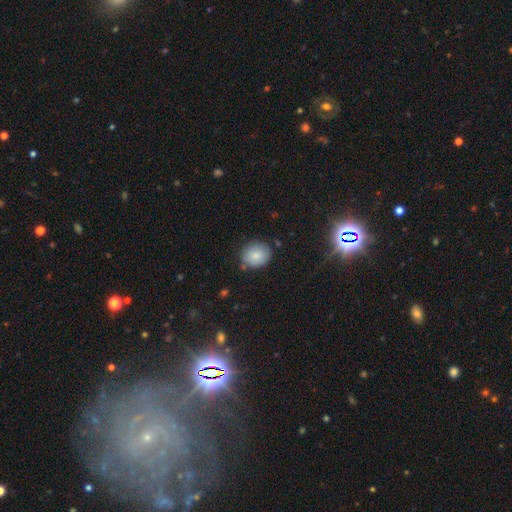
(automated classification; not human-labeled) Smooth or featured? Predicted: smooth (p=0.84). How rounded? Predicted: round (p=0.73). Merging? Predicted: none (p=0.77).